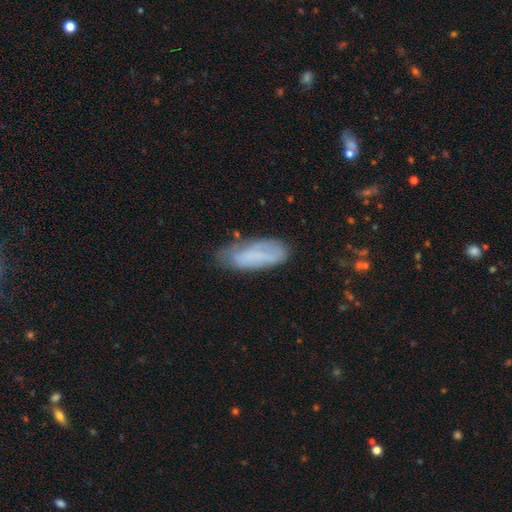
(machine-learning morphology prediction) A smooth galaxy with no disk features (65%) that is in between round and cigar-shaped (70%).

Vote fractions:
- Smooth or featured? smooth: 65% / featured or disk: 27% / star or artifact: 8%
- How rounded? in between: 70% / cigar-shaped: 28% / round: 2%
- Merging? none: 54% / minor disturbance: 31% / major disturbance: 11% / merger: 3%